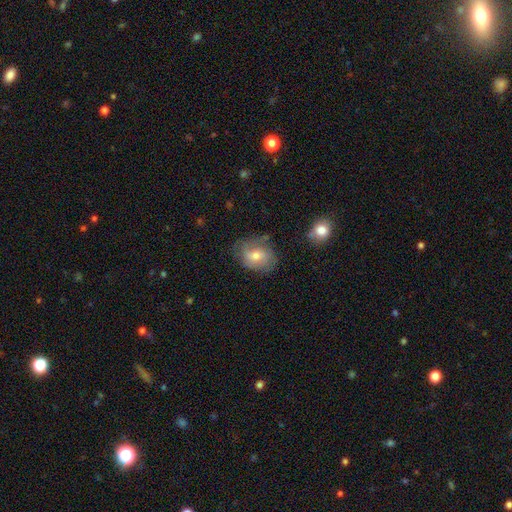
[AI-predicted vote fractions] Smooth or featured?
  - smooth: 56% *
  - featured or disk: 35%
  - star or artifact: 9%
How rounded?
  - in between: 52% *
  - round: 47%
  - cigar-shaped: 1%
Merging?
  - none: 64% *
  - minor disturbance: 25%
  - major disturbance: 9%
  - merger: 3%